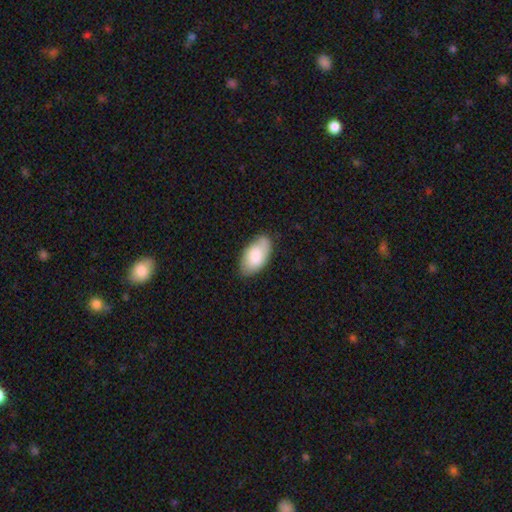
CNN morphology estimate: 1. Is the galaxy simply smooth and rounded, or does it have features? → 78% smooth, 16% featured or disk, 6% star or artifact.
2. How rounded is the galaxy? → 95% in between, 3% round, 2% cigar-shaped.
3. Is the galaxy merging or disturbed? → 71% none, 22% minor disturbance, 5% major disturbance, 2% merger.